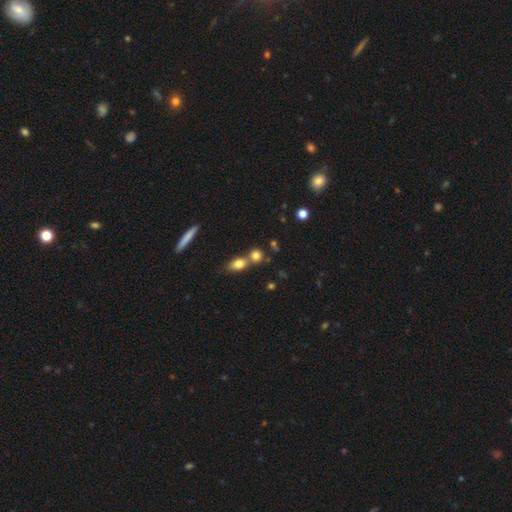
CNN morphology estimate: This is likely a smooth galaxy (78%). How rounded: likely round (64%). Merging: possibly none (46%).